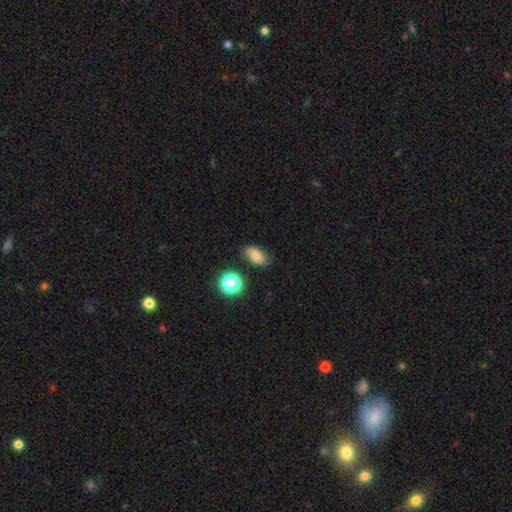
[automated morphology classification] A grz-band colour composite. It shows a smooth galaxy with no disk features (74%) that is in between round and cigar-shaped (85%). Merging: none (80%).